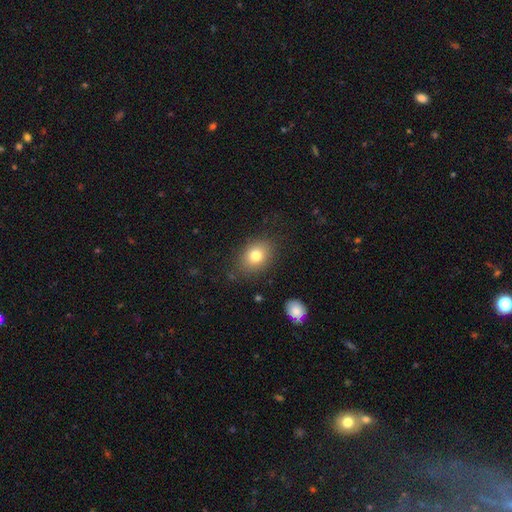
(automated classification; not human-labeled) Smooth or featured? smooth (78%)
How rounded? in between (61%)
Merging? none (82%)